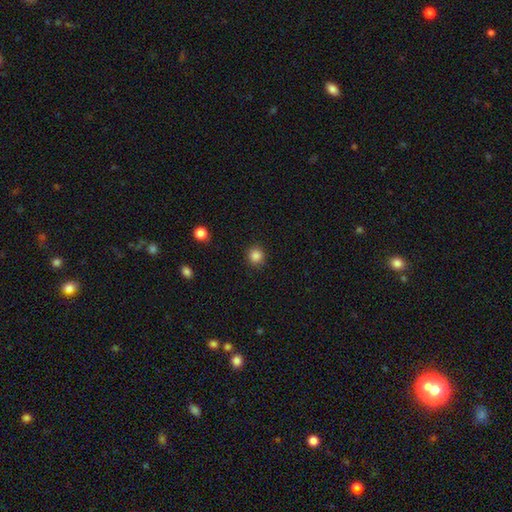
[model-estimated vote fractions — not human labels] Smooth or featured? smooth (85%)
How rounded? round (93%)
Merging? none (91%)